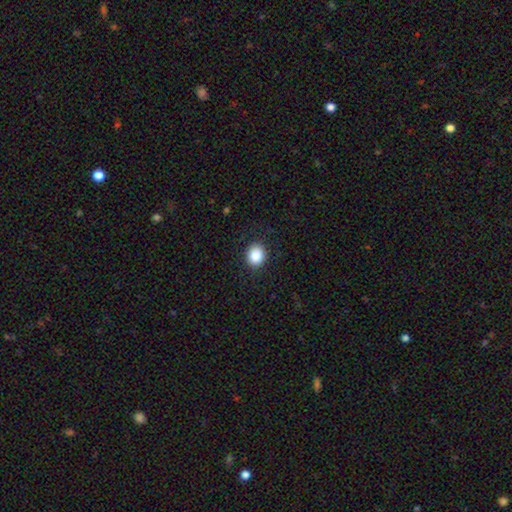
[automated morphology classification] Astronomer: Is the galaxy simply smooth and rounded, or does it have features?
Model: smooth — 88%.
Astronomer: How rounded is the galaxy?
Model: round — 68%.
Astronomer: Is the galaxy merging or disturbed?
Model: none — 89%.